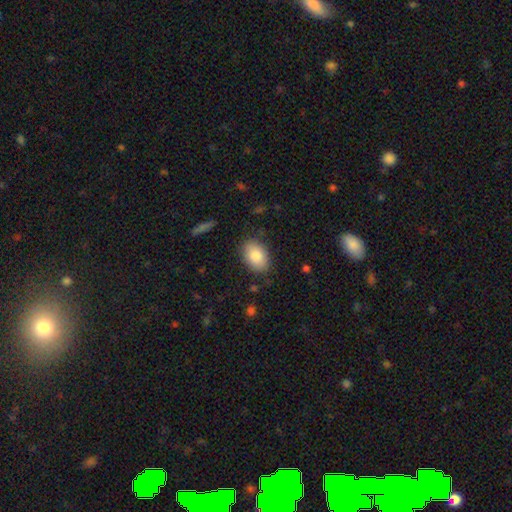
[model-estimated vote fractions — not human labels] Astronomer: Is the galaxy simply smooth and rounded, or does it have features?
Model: smooth — 85%.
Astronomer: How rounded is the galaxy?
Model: in between — 83%.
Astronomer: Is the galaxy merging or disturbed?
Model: none — 84%.